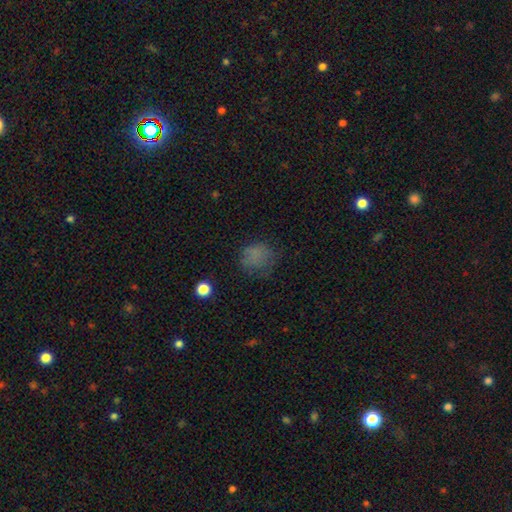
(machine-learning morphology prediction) This appears to be a smooth galaxy with no disk features (69%) that is round (71%). Merging: none (58%).